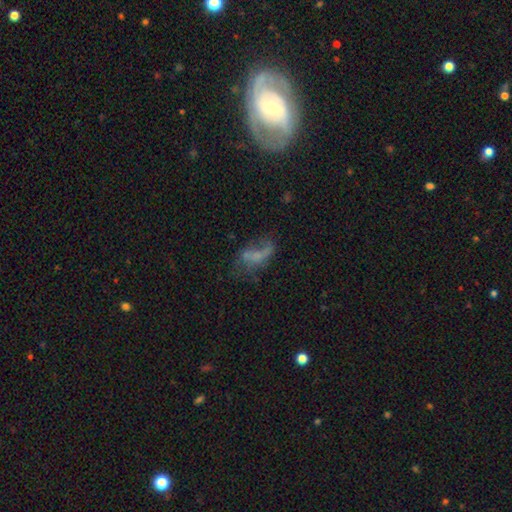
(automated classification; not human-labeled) This is possibly a featured or disk galaxy (50%). It is clearly not viewed edge-on (95%). Merging: marginally none (35%, tied with major disturbance).